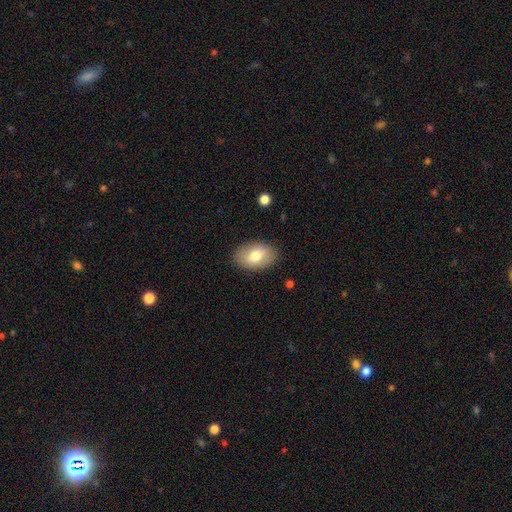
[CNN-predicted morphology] A smooth galaxy with no disk features (74%) that is in between round and cigar-shaped (90%). Merging: none (87%).